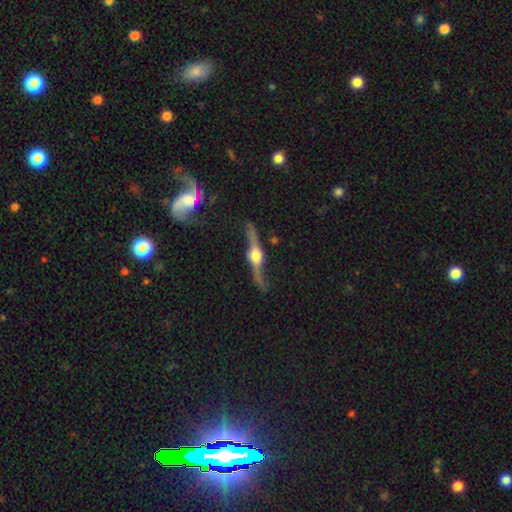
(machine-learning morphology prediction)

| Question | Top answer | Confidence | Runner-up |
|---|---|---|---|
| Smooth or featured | featured or disk | 87% | smooth (7%) |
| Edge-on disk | yes | 93% | no (7%) |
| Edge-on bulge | rounded | 94% | boxy (5%) |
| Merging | none | 77% | minor disturbance (15%) |